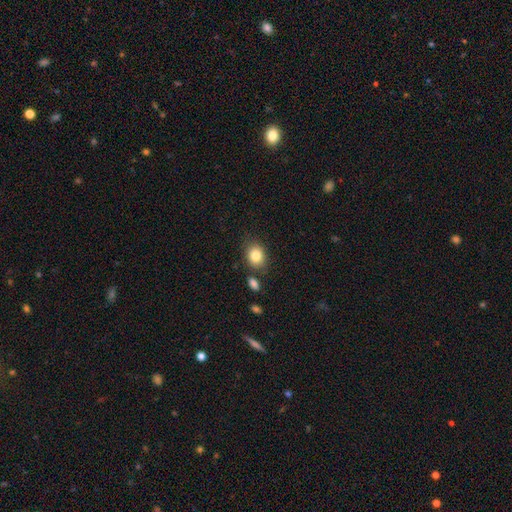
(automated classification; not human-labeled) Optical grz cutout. It shows a smooth galaxy with no disk features (83%) that is in between round and cigar-shaped (52%). Merging: none (76%).